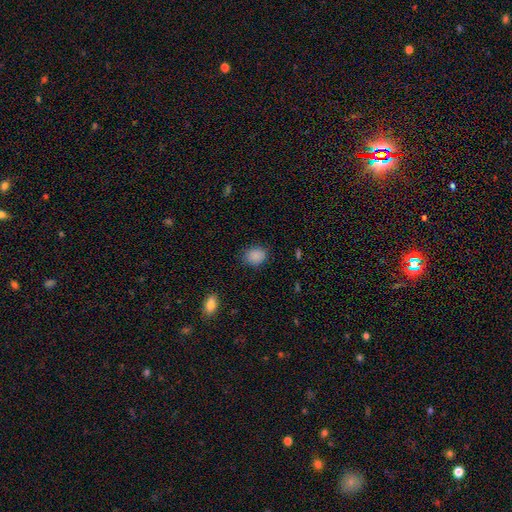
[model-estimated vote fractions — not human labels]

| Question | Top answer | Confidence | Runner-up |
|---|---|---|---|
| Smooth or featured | smooth | 87% | star or artifact (10%) |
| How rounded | round | 56% | in between (43%) |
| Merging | none | 82% | minor disturbance (14%) |